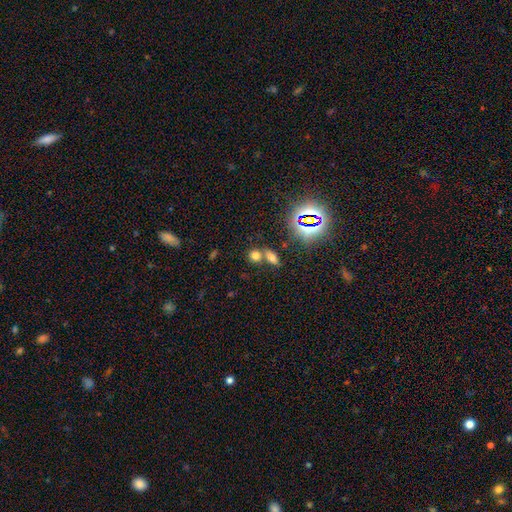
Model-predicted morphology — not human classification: A smooth galaxy with no disk features (66%) that is round (51%). Merging: none (52%).